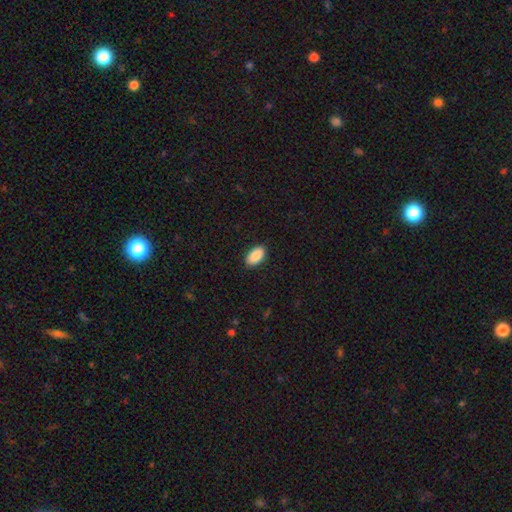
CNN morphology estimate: Overall: smooth (90%). How rounded: in between (95%). Merging: none (90%).